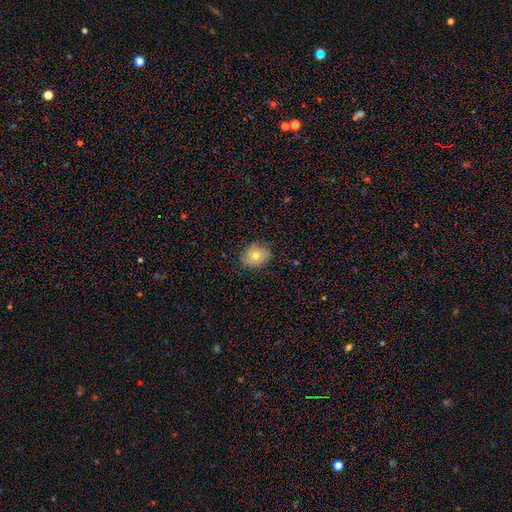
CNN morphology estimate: Smooth or featured? smooth (54%)
How rounded? round (60%)
Merging? none (75%)